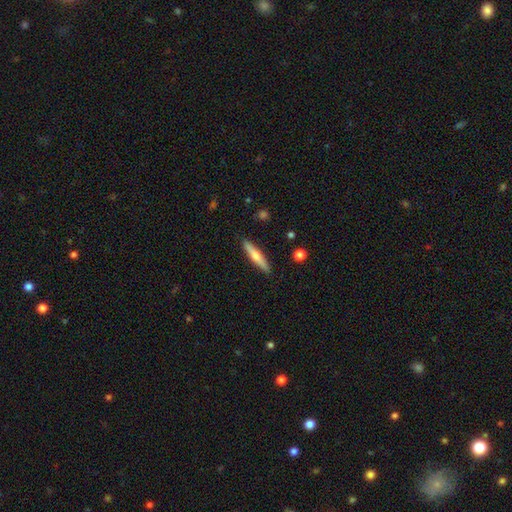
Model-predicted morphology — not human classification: A smooth galaxy with no disk features (56%) that is cigar-shaped (89%).

Vote fractions:
- Smooth or featured? smooth: 56% / featured or disk: 38% / star or artifact: 5%
- How rounded? cigar-shaped: 89% / in between: 10% / round: 2%
- Merging? none: 90% / minor disturbance: 7% / major disturbance: 2% / merger: 1%